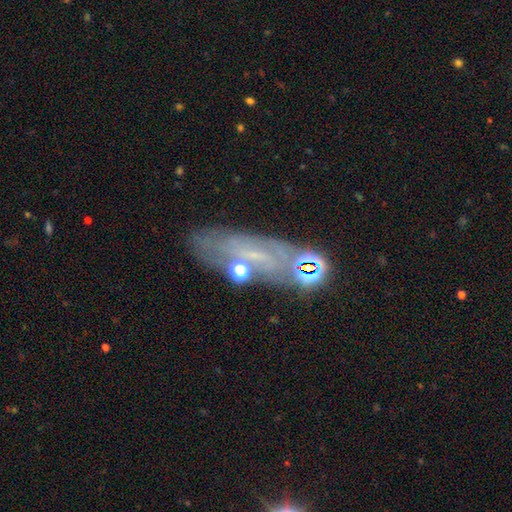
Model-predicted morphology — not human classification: The model was most divided on "smooth or featured": featured or disk: 56%, smooth: 25%, star or artifact: 19%. More confident: edge-on disk — no (72%); merging — none (71%).